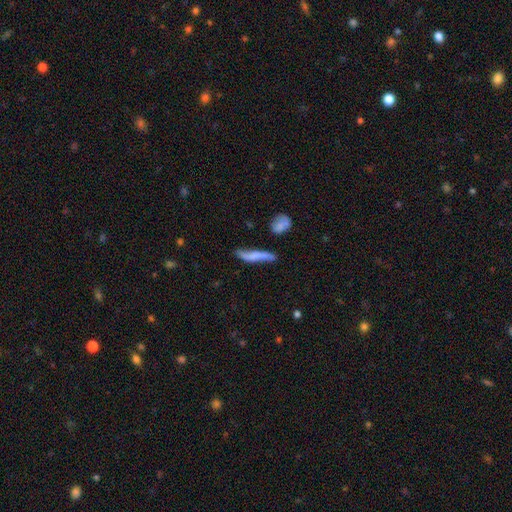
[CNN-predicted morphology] The model was most divided on "smooth or featured": smooth: 50%, featured or disk: 43%, star or artifact: 8%. More confident: merging — none (58%).